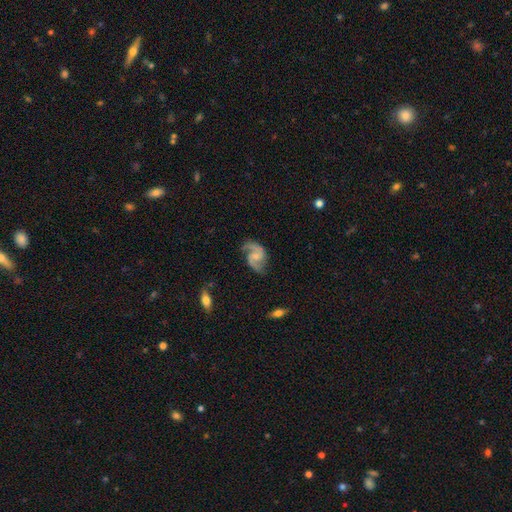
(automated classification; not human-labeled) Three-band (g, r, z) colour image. It shows a featured or disk galaxy (90%) with no bar (50%), 2 (92%) medium (56%) spiral arms (98%) and a small central bulge (53%). Merging: none (75%).